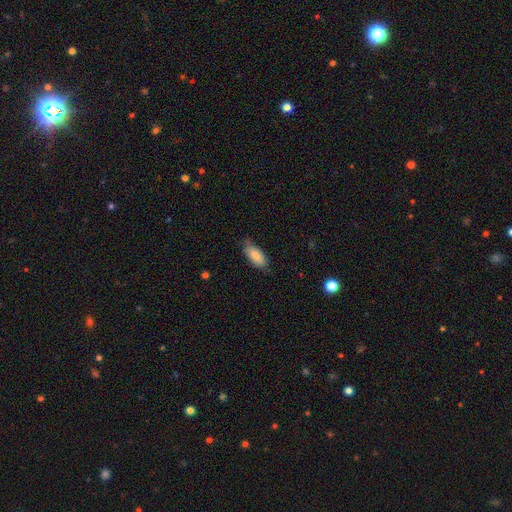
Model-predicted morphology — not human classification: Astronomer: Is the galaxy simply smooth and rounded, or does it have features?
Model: smooth — 85%.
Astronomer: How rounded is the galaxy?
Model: in between — 86%.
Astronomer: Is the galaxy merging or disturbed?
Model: none — 71%.